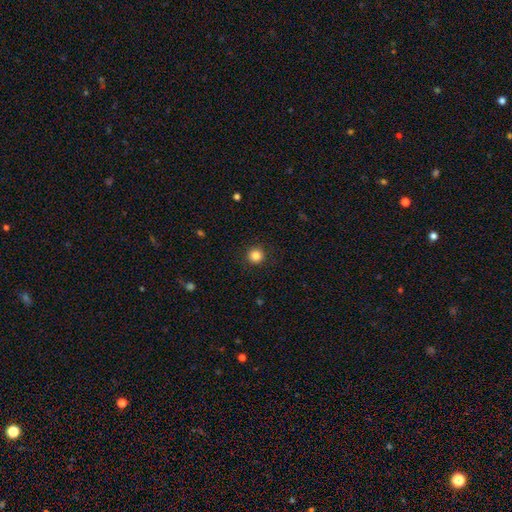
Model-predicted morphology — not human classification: smooth_or_featured: smooth (p=0.85) [alt: star or artifact p=0.11]
how_rounded: round (p=0.95) [alt: in between p=0.04]
merging: none (p=0.92) [alt: minor disturbance p=0.05]